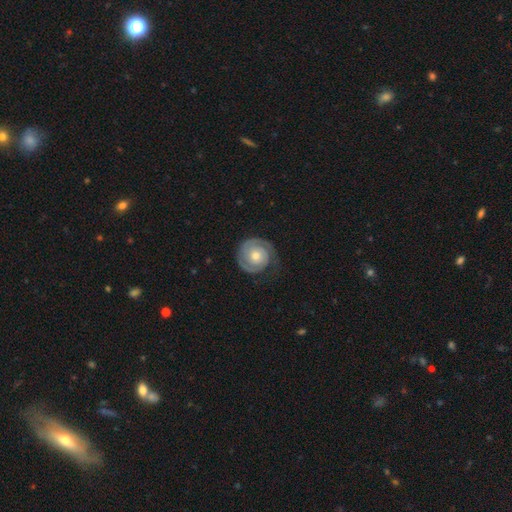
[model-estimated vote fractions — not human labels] Overall: featured or disk (78%). Edge-on disk: no (98%). Bar: no (79%). Spiral arms: yes (94%). Spiral arm count: 2 (54%; 1 30%). Spiral winding: tight (73%). Bulge size: moderate (66%). Merging: none (75%).